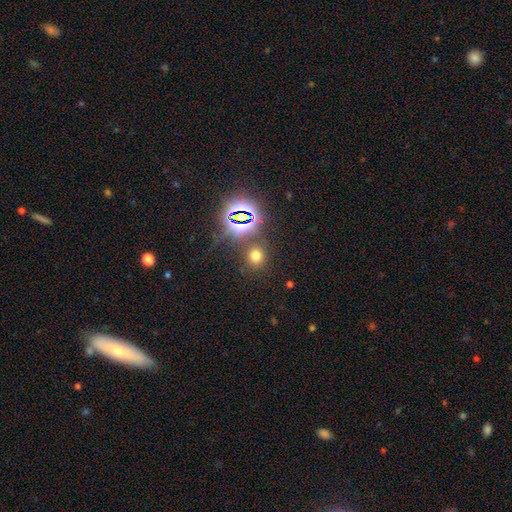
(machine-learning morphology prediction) A smooth galaxy with no disk features (61%) that is round (82%).

Vote fractions:
- Smooth or featured? smooth: 61% / star or artifact: 31% / featured or disk: 7%
- How rounded? round: 82% / in between: 16% / cigar-shaped: 1%
- Merging? none: 81% / minor disturbance: 8% / merger: 6% / major disturbance: 4%